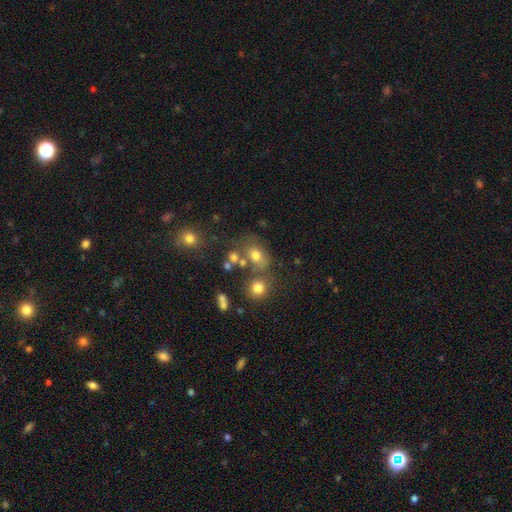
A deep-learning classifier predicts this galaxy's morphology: This appears to be a smooth galaxy with no disk features (69%) that is in between round and cigar-shaped (58%). Merging: none (53%).